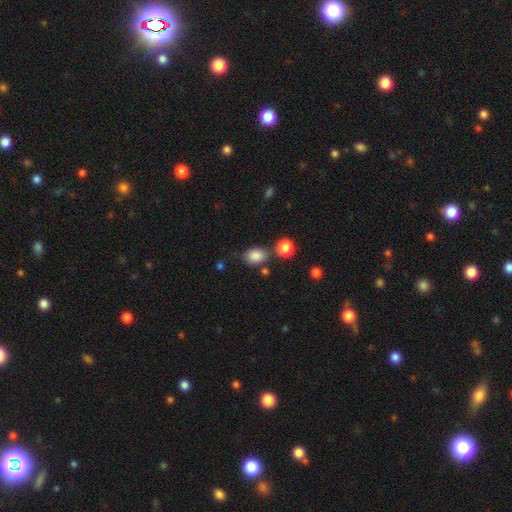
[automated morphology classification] This appears to be a smooth galaxy with no disk features (86%) that is in between round and cigar-shaped (72%). Merging: none (69%).